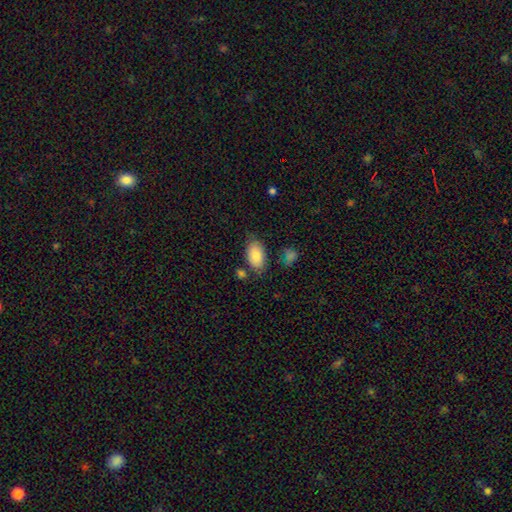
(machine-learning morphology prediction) Q: Smooth or featured?
A: smooth (83%); runner-up: featured or disk (10%)
Q: How rounded?
A: in between (93%); runner-up: round (5%)
Q: Merging?
A: none (69%); runner-up: minor disturbance (19%)